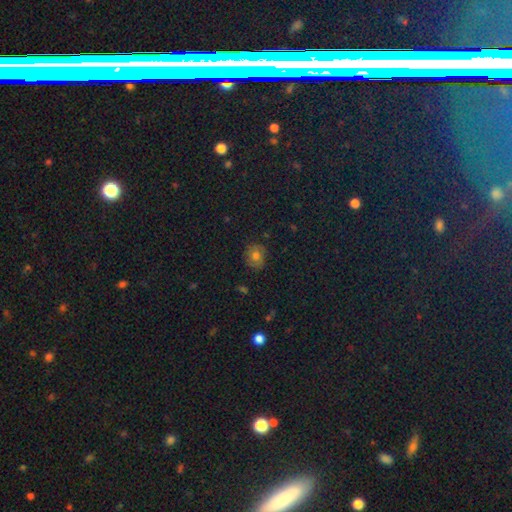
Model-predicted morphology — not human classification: A smooth galaxy with no disk features (71%) that is round (72%). Merging: none (80%).